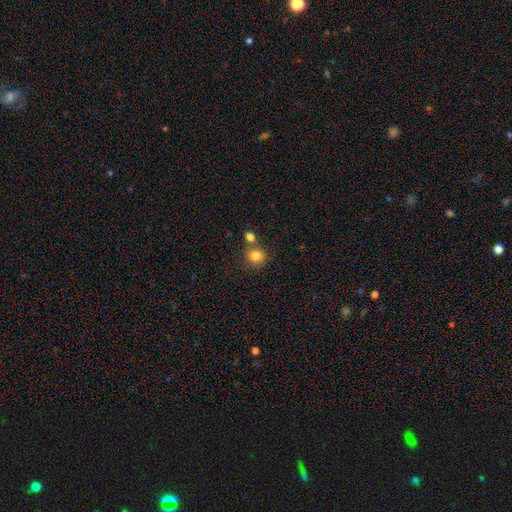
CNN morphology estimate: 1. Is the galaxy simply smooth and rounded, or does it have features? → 82% smooth, 11% star or artifact, 7% featured or disk.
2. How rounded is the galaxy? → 89% round, 10% in between, 1% cigar-shaped.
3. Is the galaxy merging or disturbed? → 67% none, 21% merger, 9% minor disturbance, 3% major disturbance.